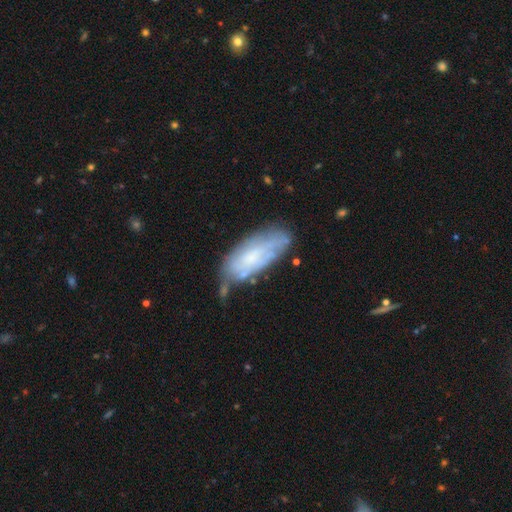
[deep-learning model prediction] Morphology: type=smooth (48%); merging=none (56%).